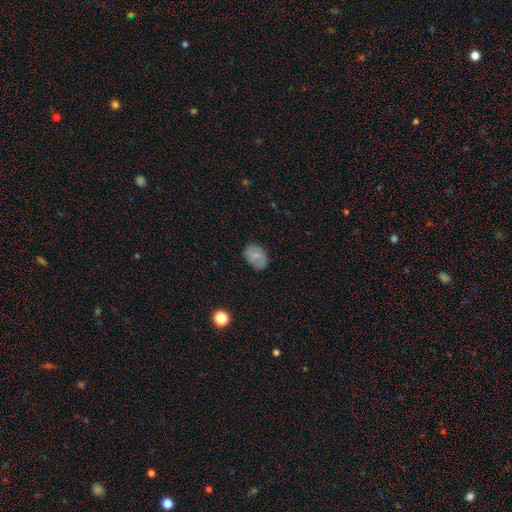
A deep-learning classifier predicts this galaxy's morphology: type=smooth (69%); roundness=in between (77%); merging=none (77%).